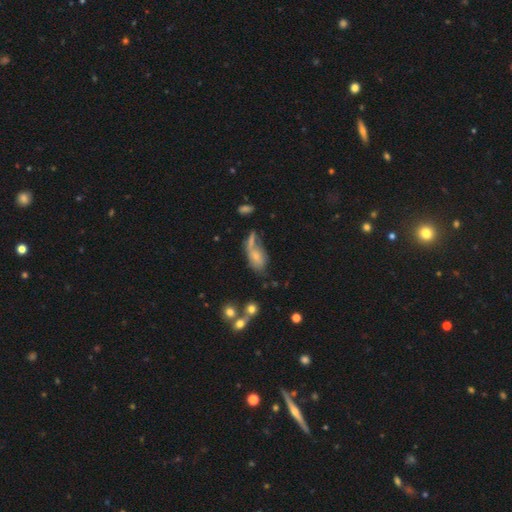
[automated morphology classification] Smooth or featured? Predicted: smooth (p=0.58). How rounded? Predicted: in between (p=0.88). Merging? Predicted: none (p=0.30).